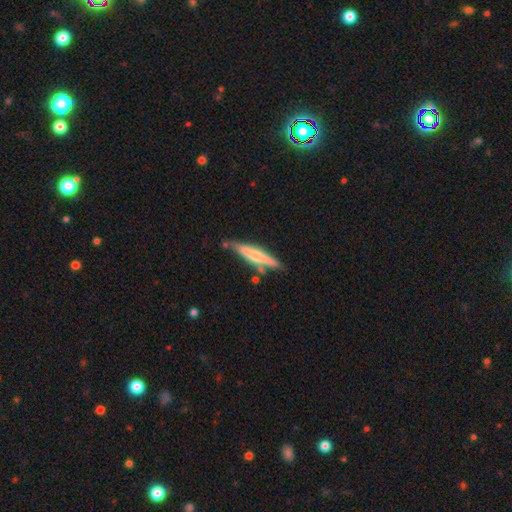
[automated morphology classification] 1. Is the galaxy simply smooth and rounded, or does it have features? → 52% smooth, 43% featured or disk, 6% star or artifact.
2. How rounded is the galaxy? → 89% cigar-shaped, 9% in between, 1% round.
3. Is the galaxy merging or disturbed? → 71% none, 18% minor disturbance, 8% merger, 4% major disturbance.